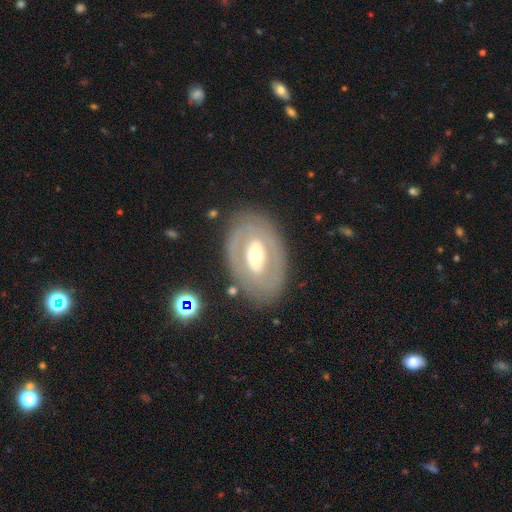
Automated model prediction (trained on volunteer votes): featured or disk 67%, smooth 27%, star or artifact 6%. Down the decision tree: edge-on disk — no (92%); bar — no (44%); spiral arms — no (71%); bulge size — moderate (67%); merging — none (80%).